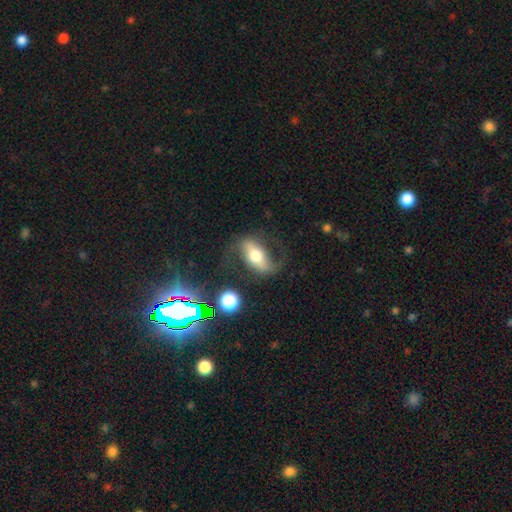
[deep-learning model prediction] Smooth or featured?
  - featured or disk: 65% *
  - smooth: 27%
  - star or artifact: 8%
Edge-on disk?
  - no: 82% *
  - yes: 18%
Bar?
  - strong: 50% *
  - no: 27%
  - weak: 23%
Spiral arms?
  - yes: 77% *
  - no: 23%
Bulge size?
  - moderate: 62% *
  - large: 22%
  - small: 10%
  - dominant: 4%
  - none: 2%
Merging?
  - none: 67% *
  - minor disturbance: 17%
  - major disturbance: 14%
  - merger: 3%